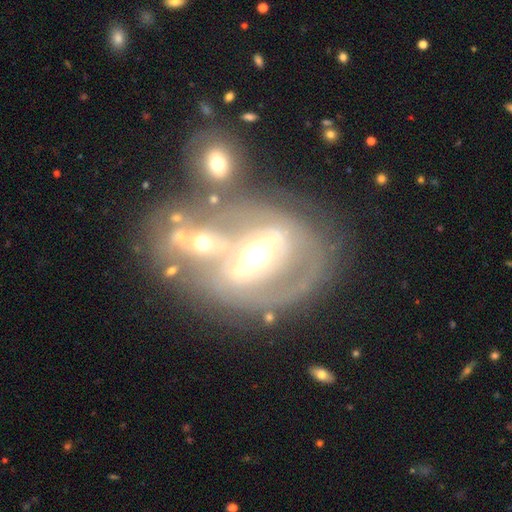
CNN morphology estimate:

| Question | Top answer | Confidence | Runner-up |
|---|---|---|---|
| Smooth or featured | featured or disk | 77% | smooth (13%) |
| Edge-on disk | no | 89% | yes (11%) |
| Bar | strong | 57% | weak (23%) |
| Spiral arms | no | 56% | yes (44%) |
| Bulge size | moderate | 63% | large (17%) |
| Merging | none | 41% | merger (31%) |